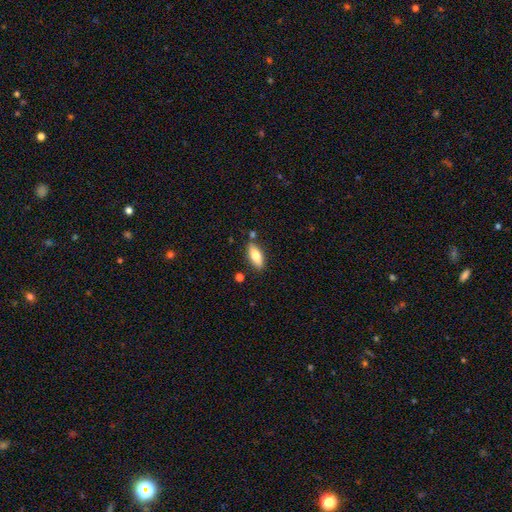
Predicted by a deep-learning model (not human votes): smooth_or_featured: smooth (p=0.74) [alt: featured or disk p=0.20]
how_rounded: in between (p=0.77) [alt: cigar-shaped p=0.20]
merging: none (p=0.80) [alt: minor disturbance p=0.12]